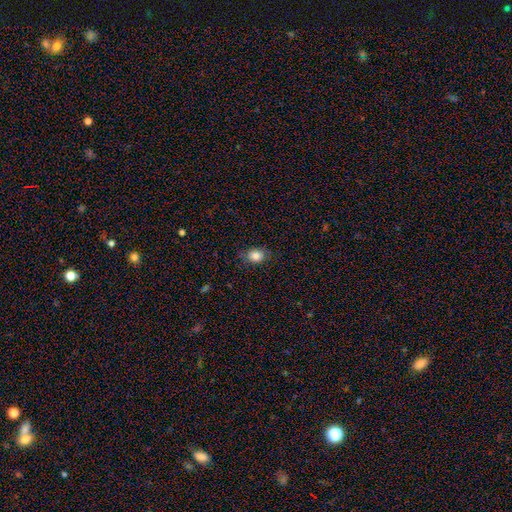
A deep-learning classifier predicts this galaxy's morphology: smooth 84%, star or artifact 9%, featured or disk 7%. Down the decision tree: how rounded — in between (62%); merging — none (78%).